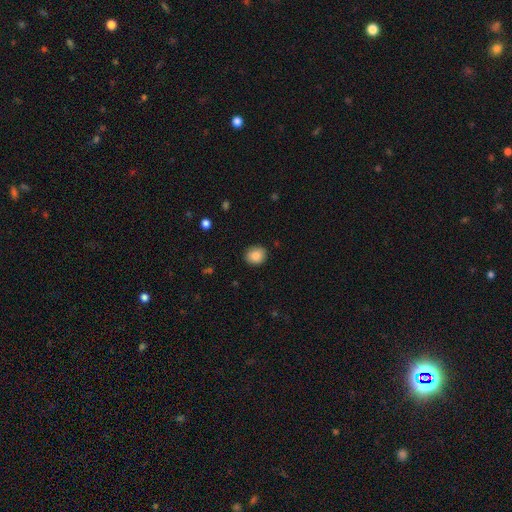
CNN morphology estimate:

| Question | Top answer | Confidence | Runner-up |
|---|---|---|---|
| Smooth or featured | smooth | 87% | star or artifact (8%) |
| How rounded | round | 71% | in between (28%) |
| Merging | none | 87% | minor disturbance (9%) |